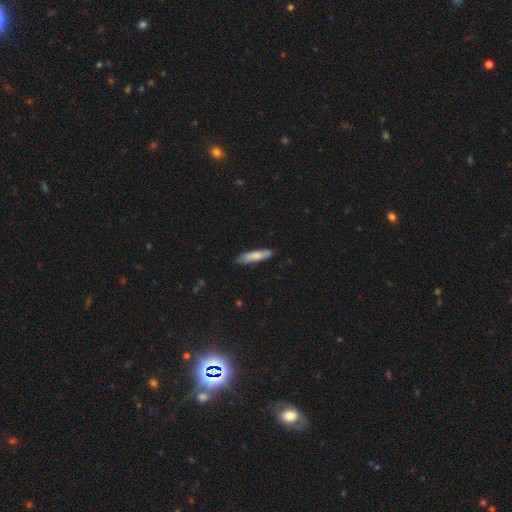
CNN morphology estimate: Smooth or featured?
  - smooth: 79% *
  - featured or disk: 16%
  - star or artifact: 6%
How rounded?
  - cigar-shaped: 81% *
  - in between: 17%
  - round: 1%
Merging?
  - none: 84% *
  - minor disturbance: 13%
  - major disturbance: 2%
  - merger: 1%